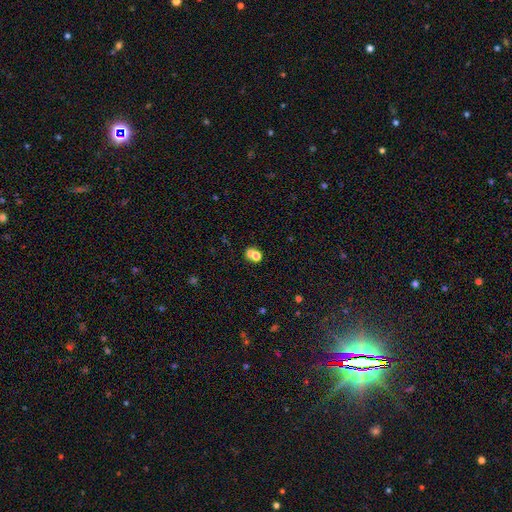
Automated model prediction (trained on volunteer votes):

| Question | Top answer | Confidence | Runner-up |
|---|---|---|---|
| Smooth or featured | smooth | 69% | star or artifact (16%) |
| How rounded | round | 68% | in between (31%) |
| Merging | merger | 47% | none (38%) |